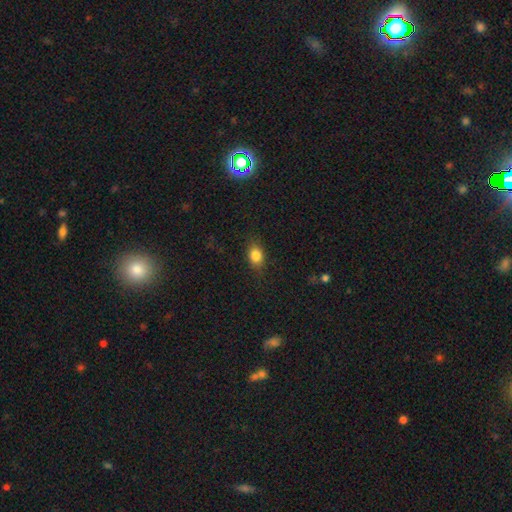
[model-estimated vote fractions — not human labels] Q: Smooth or featured?
A: smooth (83%); runner-up: star or artifact (10%)
Q: How rounded?
A: in between (64%); runner-up: round (34%)
Q: Merging?
A: none (82%); runner-up: minor disturbance (13%)